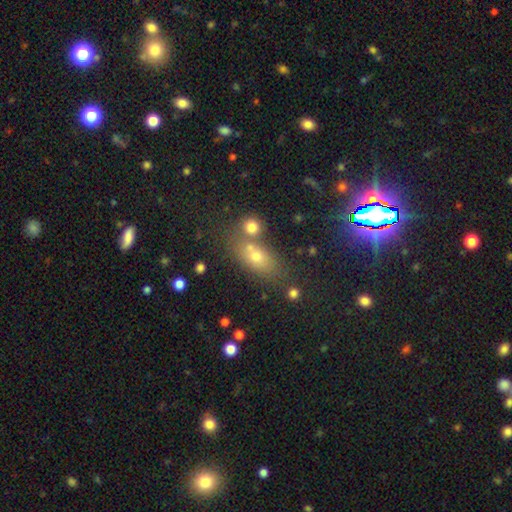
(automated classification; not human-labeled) Smooth or featured? Predicted: smooth (p=0.60). How rounded? Predicted: in between (p=0.67). Merging? Predicted: none (p=0.58).